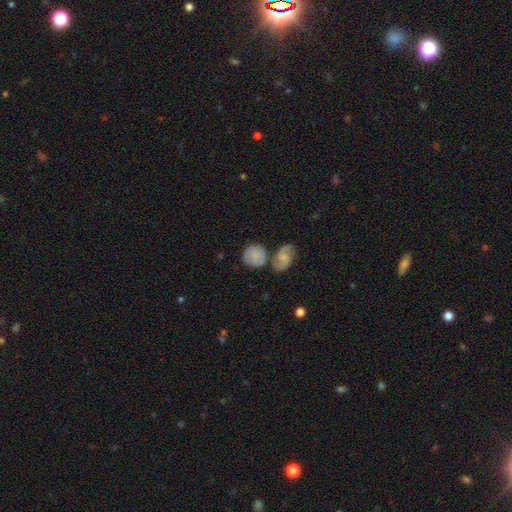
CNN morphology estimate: smooth-or-featured: smooth: 63% | featured or disk: 29% | star or artifact: 8%
  how-rounded: round: 79% | in between: 20% | cigar-shaped: 1%
  merging: none: 50% | merger: 31% | minor disturbance: 14% | major disturbance: 5%